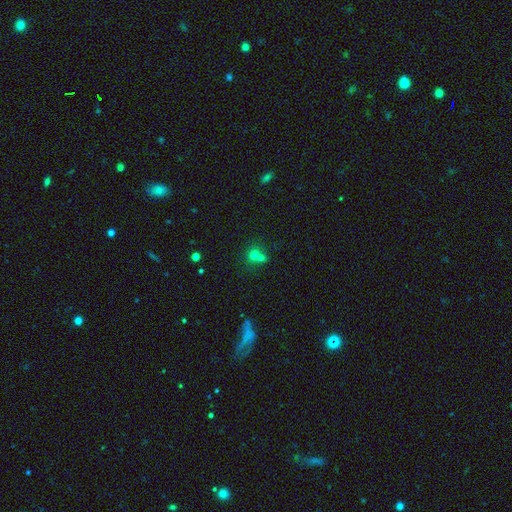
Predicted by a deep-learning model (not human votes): Smooth or featured: smooth — 64% (star or artifact — 20%)
How rounded: round — 78% (in between — 21%)
Merging: merger — 55% (none — 35%)